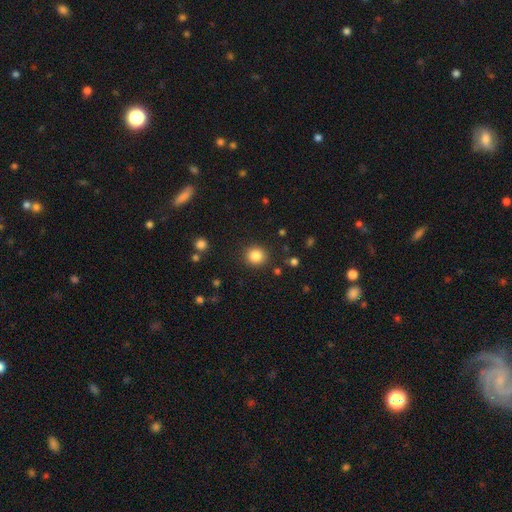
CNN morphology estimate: type=smooth (84%); roundness=round (90%); merging=none (90%).